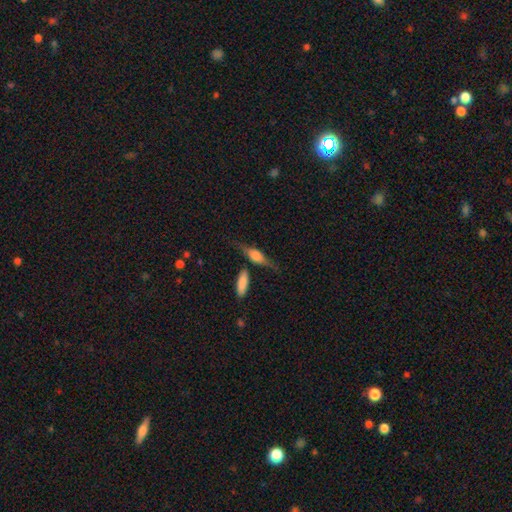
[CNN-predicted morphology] Smooth or featured? featured or disk (58%)
Edge-on disk? yes (92%)
Edge-on bulge? rounded (79%)
Merging? none (64%)